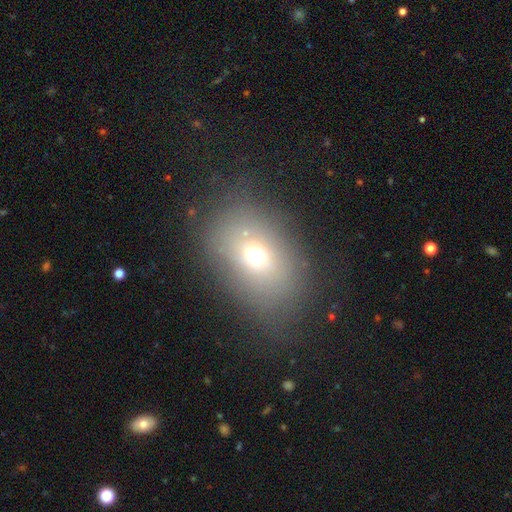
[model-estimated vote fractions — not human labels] Smooth or featured? Predicted: smooth (p=0.63). How rounded? Predicted: in between (p=0.70). Merging? Predicted: none (p=0.68).